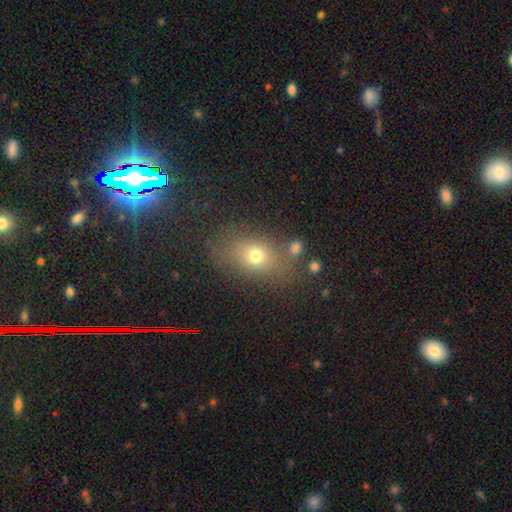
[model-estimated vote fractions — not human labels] Smooth or featured? smooth (68%)
How rounded? in between (65%)
Merging? none (72%)